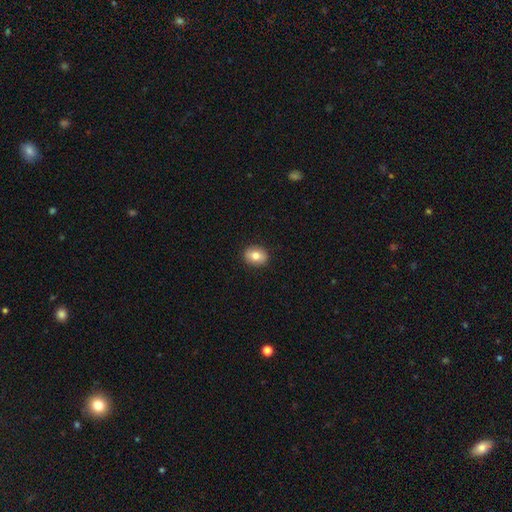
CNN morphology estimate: Smooth or featured? smooth (79%)
How rounded? in between (53%)
Merging? none (90%)